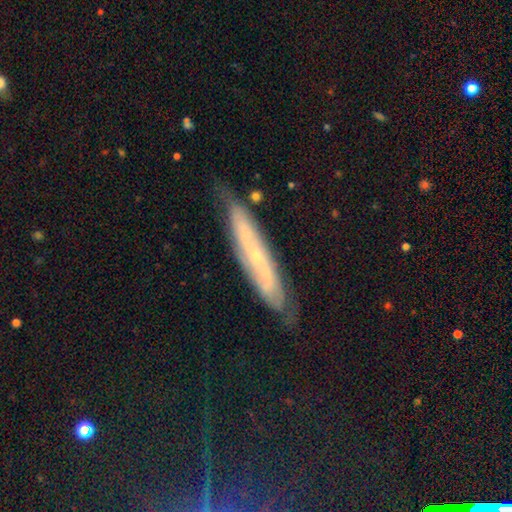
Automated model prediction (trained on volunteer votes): A featured or disk galaxy (71%). Merging: none (73%).